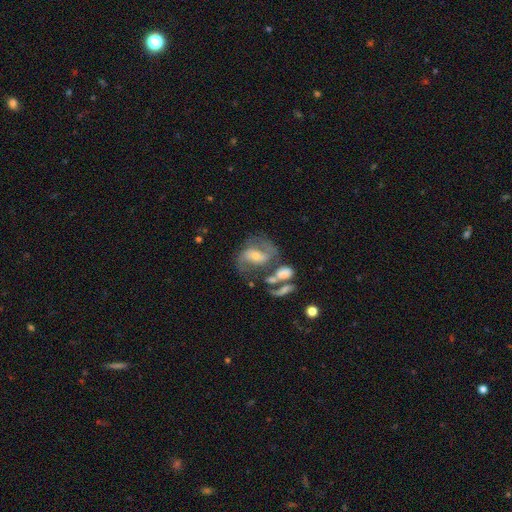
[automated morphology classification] Smooth or featured? Predicted: featured or disk (p=0.76). Edge-on disk? Predicted: no (p=0.96). Bar? Predicted: weak (p=0.38). Spiral arms? Predicted: yes (p=0.88). Spiral winding? Predicted: medium (p=0.49). Spiral arm count? Predicted: 2 (p=0.84). Bulge size? Predicted: small (p=0.46). Merging? Predicted: none (p=0.41).